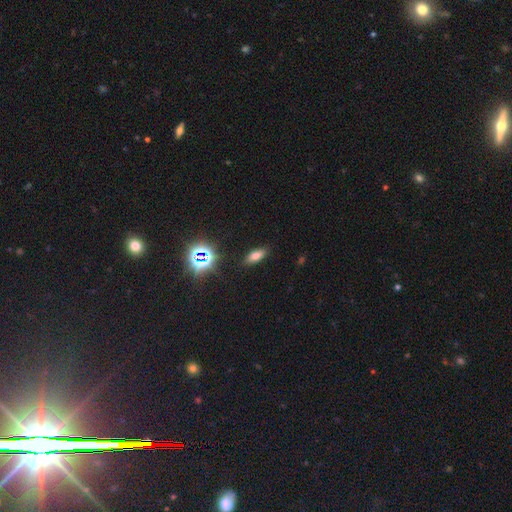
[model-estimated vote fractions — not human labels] A smooth galaxy with no disk features (68%) that is in between round and cigar-shaped (73%). Merging: none (87%).